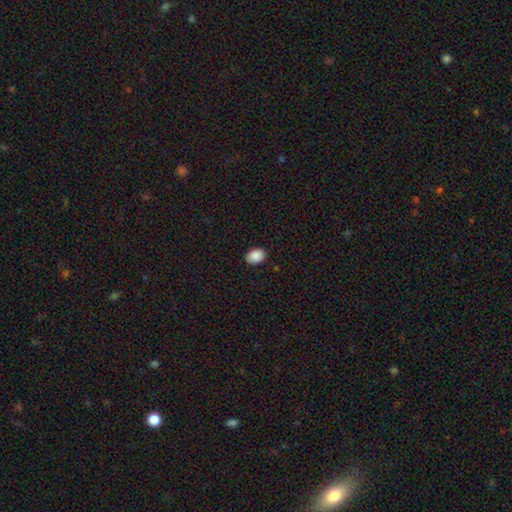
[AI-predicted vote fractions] smooth-or-featured: smooth: 90% | star or artifact: 7% | featured or disk: 3%
  how-rounded: in between: 77% | round: 22% | cigar-shaped: 1%
  merging: none: 87% | minor disturbance: 10% | major disturbance: 2% | merger: 1%